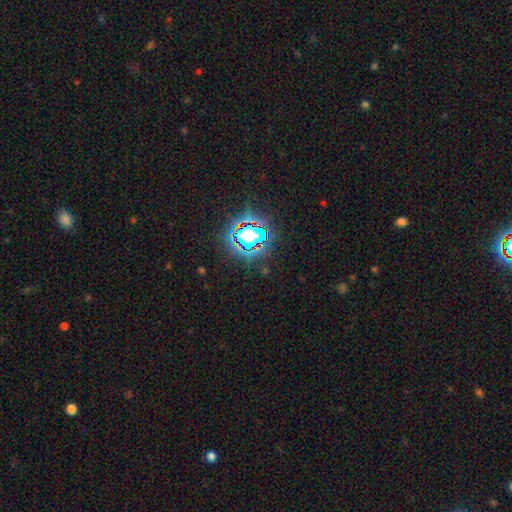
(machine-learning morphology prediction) Smooth or featured: star or artifact — 79% (smooth — 13%)